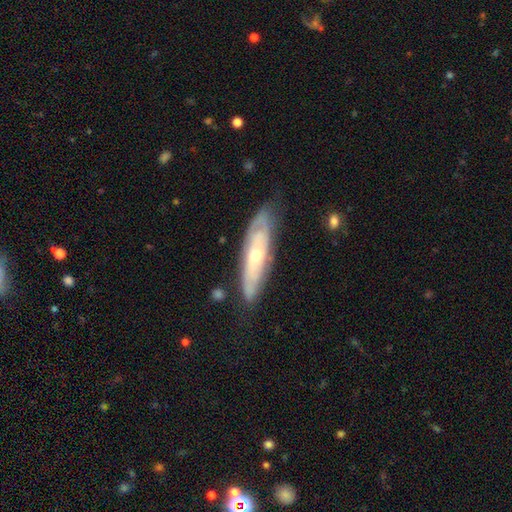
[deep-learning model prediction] Morphology: type=featured or disk (68%); edge-on=no (66%); merging=none (74%).